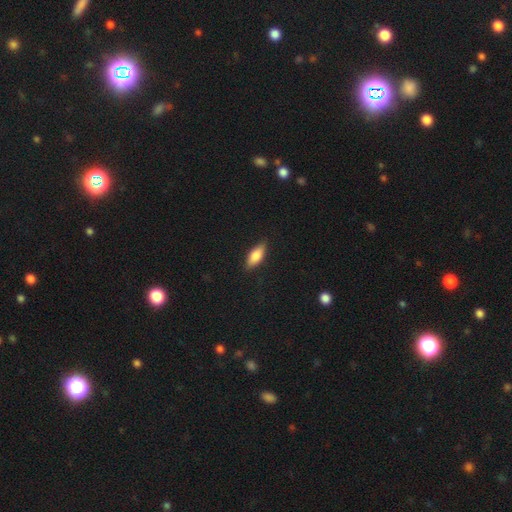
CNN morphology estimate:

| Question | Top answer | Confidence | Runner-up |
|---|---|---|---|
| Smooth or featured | smooth | 79% | featured or disk (14%) |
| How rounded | in between | 78% | cigar-shaped (20%) |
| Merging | none | 86% | minor disturbance (11%) |